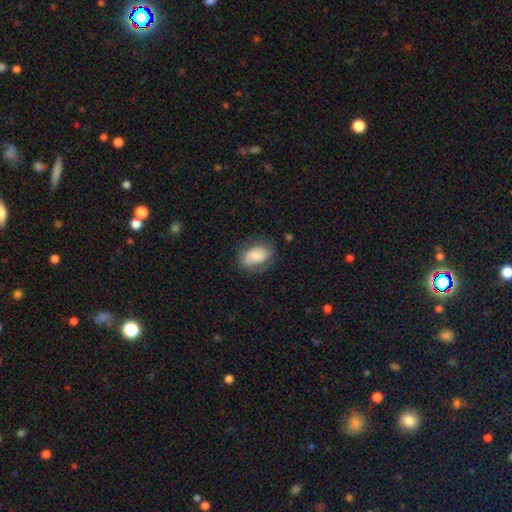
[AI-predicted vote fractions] This appears to be a smooth galaxy with no disk features (71%) that is in between round and cigar-shaped (88%). Merging: none (66%).